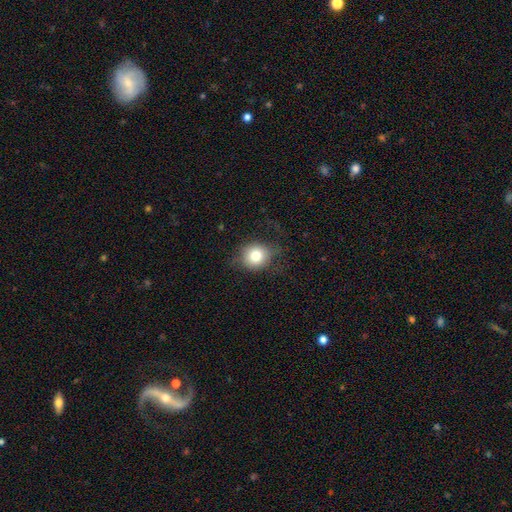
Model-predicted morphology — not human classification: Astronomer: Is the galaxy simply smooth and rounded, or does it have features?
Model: smooth — 75%.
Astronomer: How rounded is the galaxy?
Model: round — 79%.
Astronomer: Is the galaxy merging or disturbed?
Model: none — 66%.